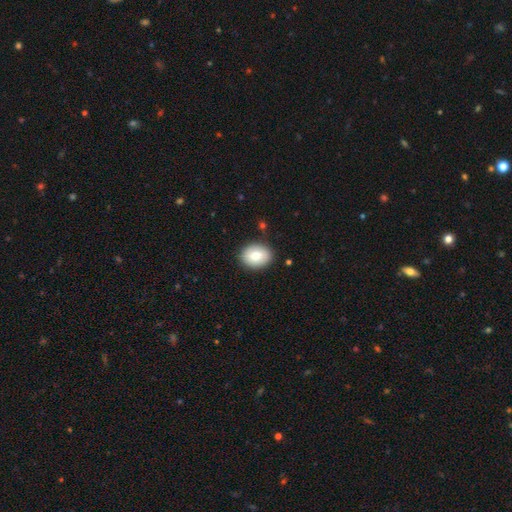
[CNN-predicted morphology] Q: Smooth or featured?
A: smooth (79%); runner-up: featured or disk (13%)
Q: How rounded?
A: in between (62%); runner-up: round (37%)
Q: Merging?
A: none (88%); runner-up: minor disturbance (9%)